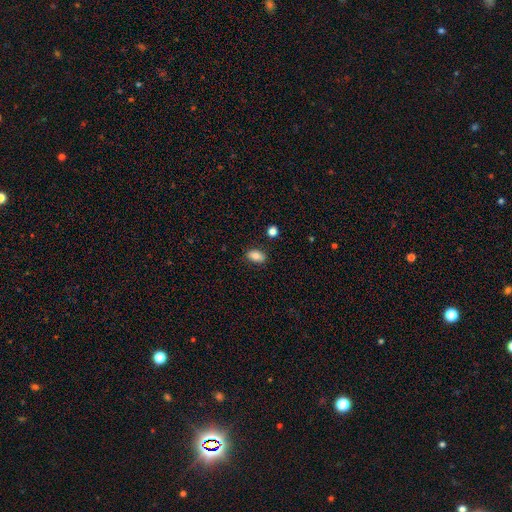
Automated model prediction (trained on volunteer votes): smooth-or-featured: smooth: 81% | featured or disk: 10% | star or artifact: 9%
  how-rounded: in between: 87% | round: 11% | cigar-shaped: 2%
  merging: none: 84% | minor disturbance: 11% | major disturbance: 2% | merger: 2%